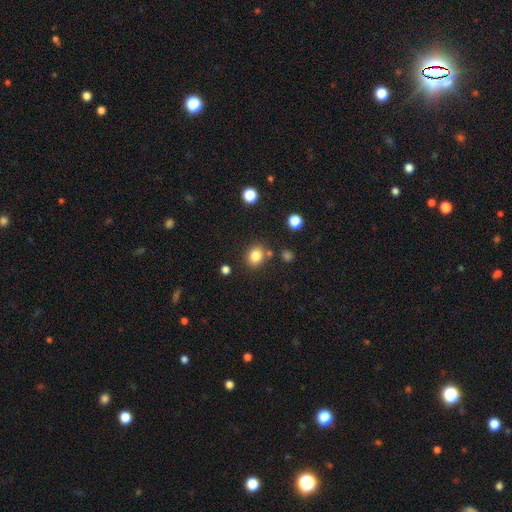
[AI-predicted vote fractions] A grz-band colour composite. It shows a smooth galaxy with no disk features (82%) that is round (67%). Merging: none (80%).